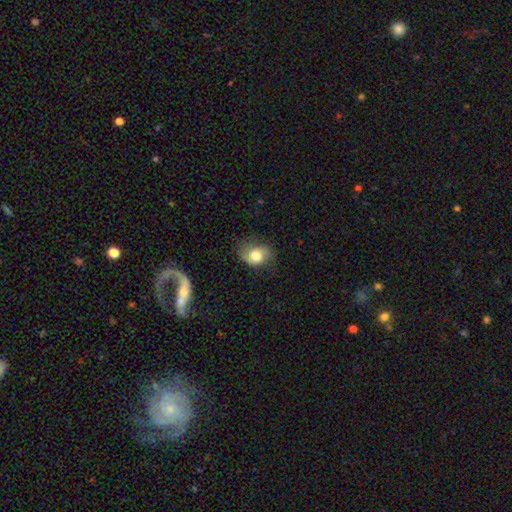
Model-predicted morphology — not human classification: Smooth or featured?
  - smooth: 59% *
  - featured or disk: 32%
  - star or artifact: 9%
How rounded?
  - in between: 58% *
  - round: 41%
  - cigar-shaped: 1%
Merging?
  - none: 60% *
  - minor disturbance: 26%
  - major disturbance: 11%
  - merger: 2%